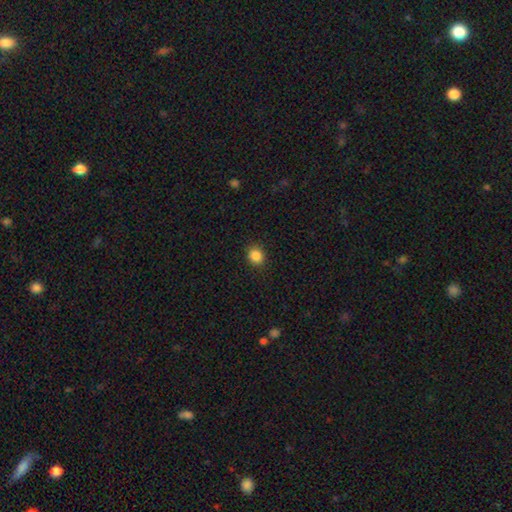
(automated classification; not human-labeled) A smooth galaxy with no disk features (86%) that is round (74%).

Vote fractions:
- Smooth or featured? smooth: 86% / star or artifact: 11% / featured or disk: 4%
- How rounded? round: 74% / in between: 25% / cigar-shaped: 1%
- Merging? none: 90% / minor disturbance: 7% / major disturbance: 2% / merger: 1%